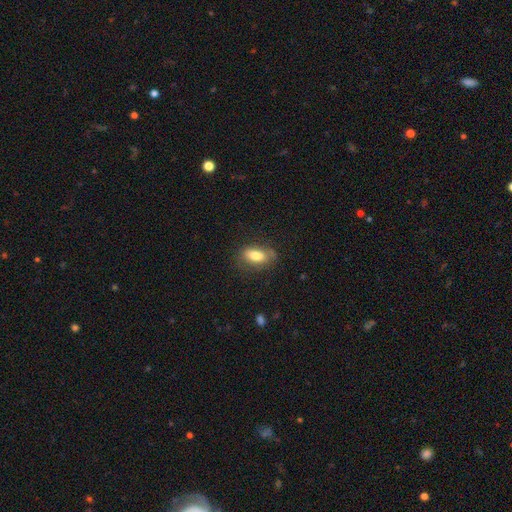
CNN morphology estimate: smooth_or_featured: smooth (p=0.76) [alt: featured or disk p=0.16]
how_rounded: in between (p=0.86) [alt: cigar-shaped p=0.08]
merging: none (p=0.72) [alt: minor disturbance p=0.20]